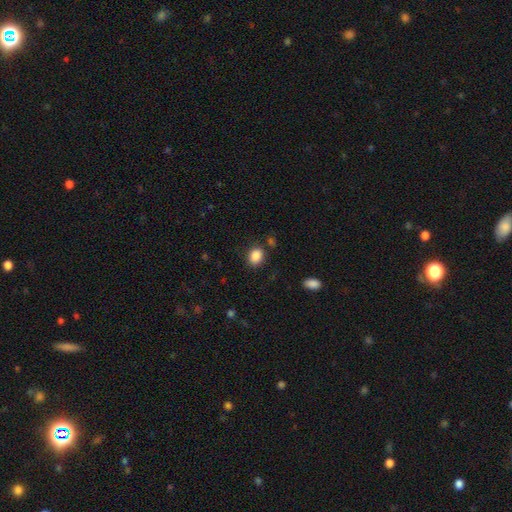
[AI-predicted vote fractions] Overall: smooth (87%). How rounded: in between (57%; round 42%). Merging: none (82%).